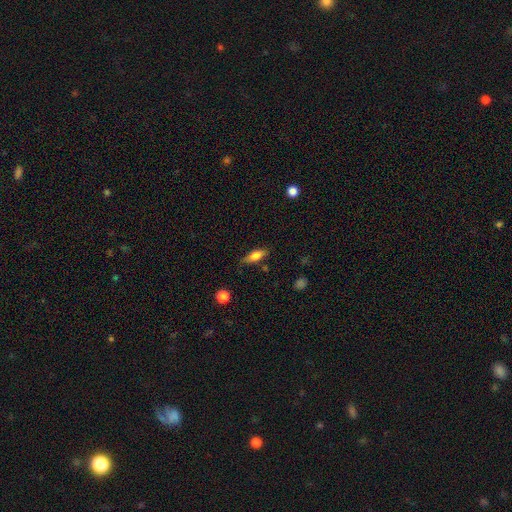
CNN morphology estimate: Smooth or featured: smooth — 72% (featured or disk — 20%)
How rounded: in between — 66% (cigar-shaped — 31%)
Merging: none — 77% (minor disturbance — 17%)